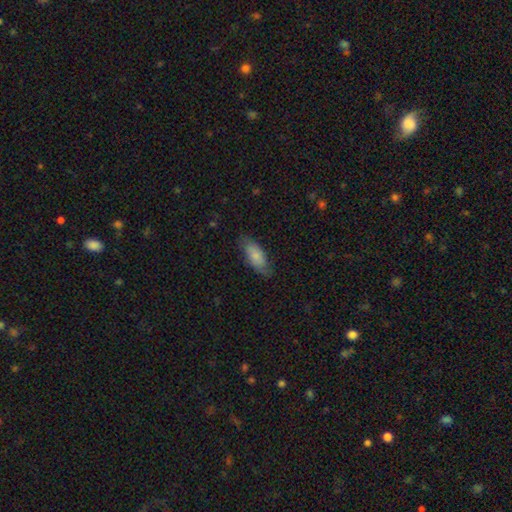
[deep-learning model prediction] A smooth galaxy with no disk features (77%) that is in between round and cigar-shaped (82%).

Vote fractions:
- Smooth or featured? smooth: 77% / featured or disk: 17% / star or artifact: 6%
- How rounded? in between: 82% / cigar-shaped: 16% / round: 2%
- Merging? none: 73% / minor disturbance: 21% / major disturbance: 5% / merger: 1%